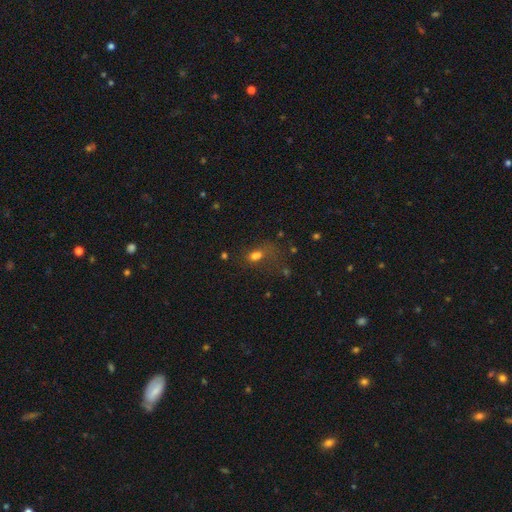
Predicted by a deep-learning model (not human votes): Smooth or featured? Predicted: smooth (p=0.68). How rounded? Predicted: in between (p=0.72). Merging? Predicted: none (p=0.35).